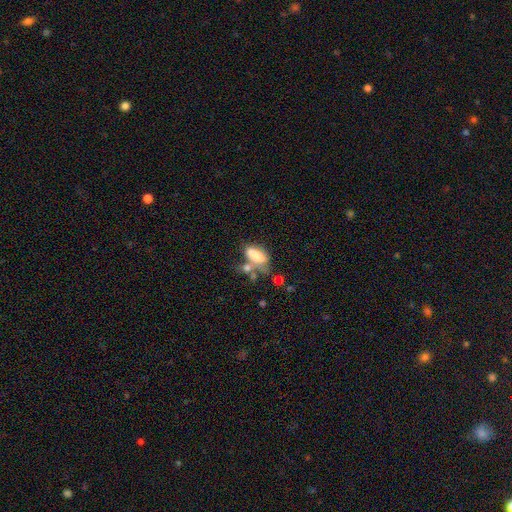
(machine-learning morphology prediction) Smooth or featured? Predicted: smooth (p=0.71). How rounded? Predicted: in between (p=0.78). Merging? Predicted: merger (p=0.34).